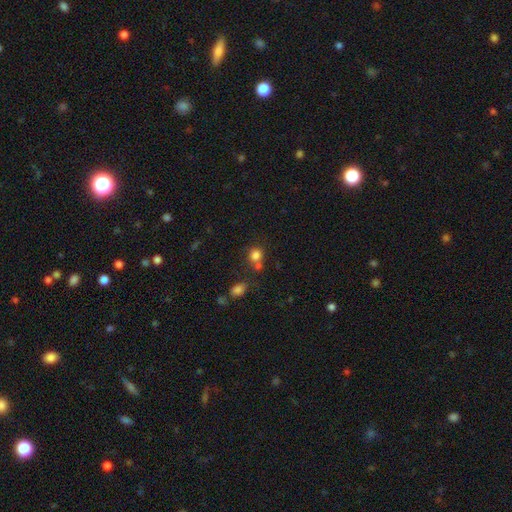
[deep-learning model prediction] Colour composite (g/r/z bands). It shows a smooth galaxy with no disk features (80%) that is round (81%). Merging: none (56%).